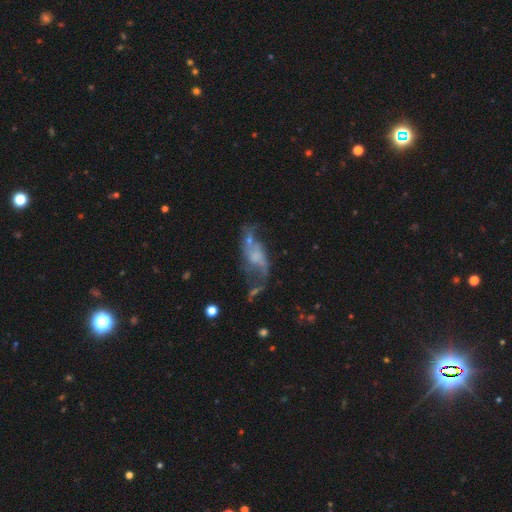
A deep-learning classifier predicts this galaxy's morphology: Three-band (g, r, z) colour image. It shows a featured or disk galaxy (72%) with no bar (60%), 2 (83%) loose (82%) spiral arms (78%) and no central bulge (44%). Merging: none (39%).